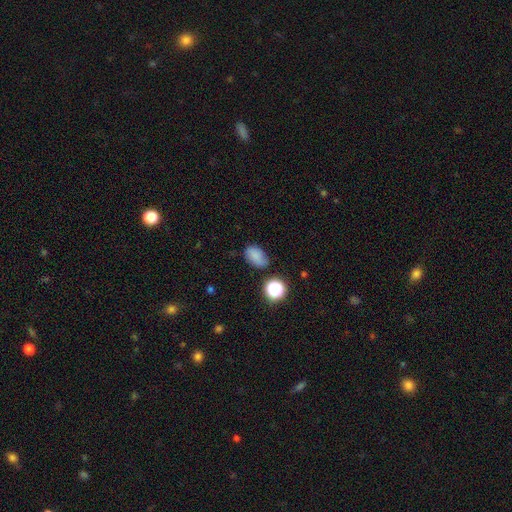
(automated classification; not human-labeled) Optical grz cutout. It shows a smooth galaxy with no disk features (79%) that is in between round and cigar-shaped (81%). Merging: none (71%).